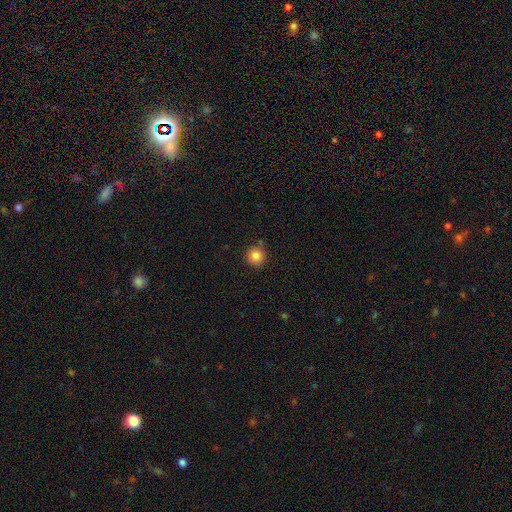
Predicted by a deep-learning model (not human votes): The model was most divided on "smooth or featured": smooth: 85%, star or artifact: 11%, featured or disk: 5%. More confident: how rounded — round (94%); merging — none (86%).